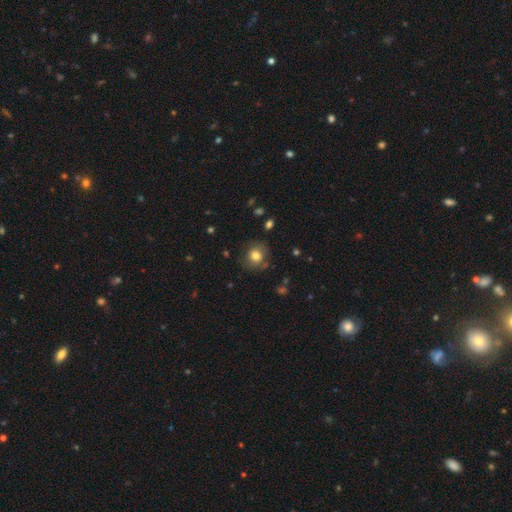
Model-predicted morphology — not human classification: type=smooth (78%); roundness=round (84%); merging=none (79%).